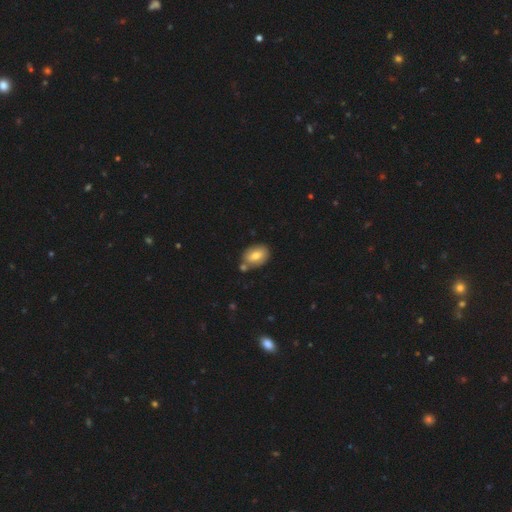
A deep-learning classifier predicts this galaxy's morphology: The model was most divided on "merging": none: 69%, merger: 15%, minor disturbance: 13%, major disturbance: 3%. More confident: how rounded — in between (81%); smooth or featured — smooth (75%).